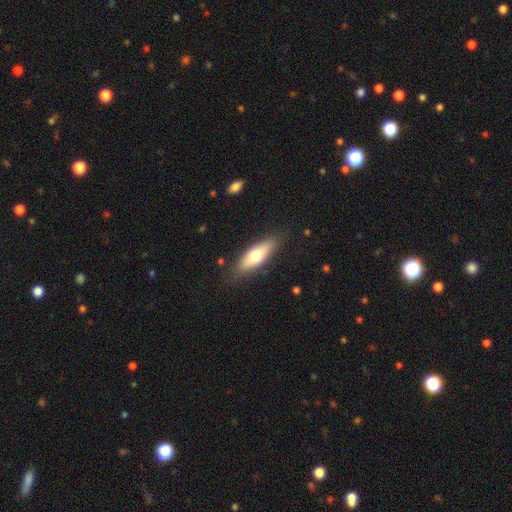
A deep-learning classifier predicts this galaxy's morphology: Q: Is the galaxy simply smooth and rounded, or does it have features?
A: smooth — 64%.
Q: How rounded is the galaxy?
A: in between — 59%.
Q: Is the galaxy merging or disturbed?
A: none — 83%.